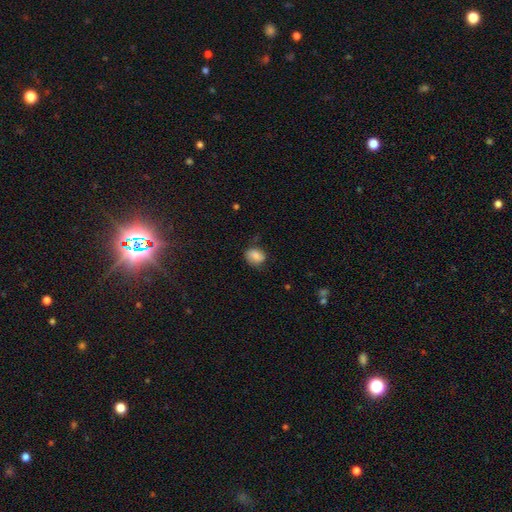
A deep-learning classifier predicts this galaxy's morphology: Smooth or featured? Predicted: smooth (p=0.82). How rounded? Predicted: in between (p=0.54). Merging? Predicted: none (p=0.67).